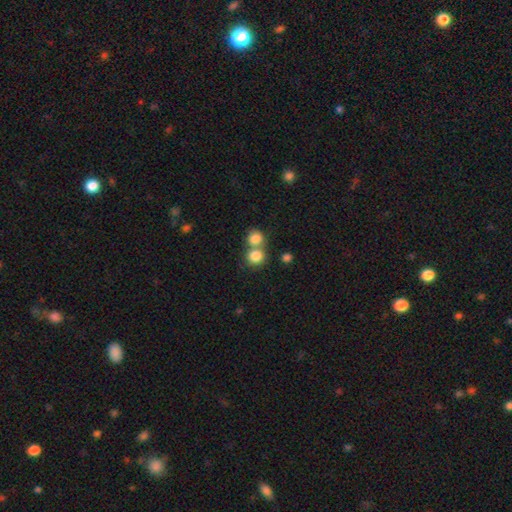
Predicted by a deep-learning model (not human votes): A smooth galaxy with no disk features (82%) that is round (81%). Merging: merger (47%).